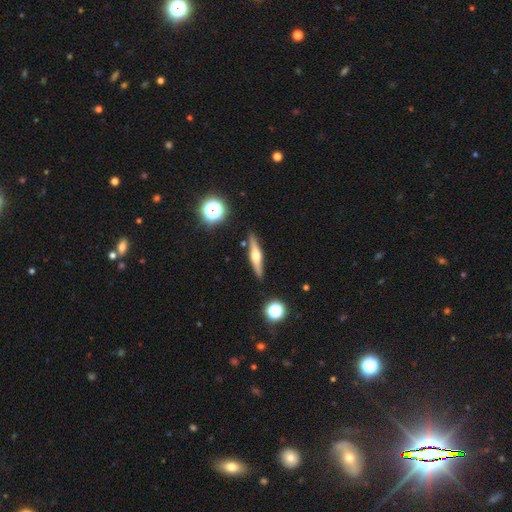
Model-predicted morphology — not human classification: Smooth or featured: featured or disk — 62% (smooth — 30%)
Edge-on disk: yes — 96% (no — 4%)
Edge-on bulge: rounded — 90% (boxy — 7%)
Merging: none — 88% (minor disturbance — 8%)